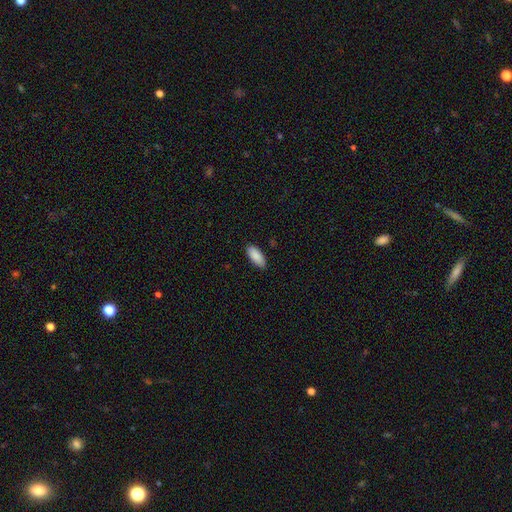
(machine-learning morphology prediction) Overall: smooth (90%). How rounded: in between (86%). Merging: none (87%).